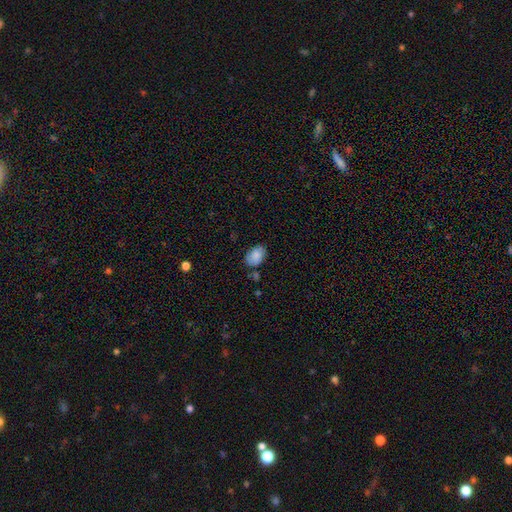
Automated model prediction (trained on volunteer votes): smooth-or-featured: smooth: 87% | star or artifact: 7% | featured or disk: 6%
  how-rounded: in between: 87% | round: 11% | cigar-shaped: 1%
  merging: none: 76% | minor disturbance: 17% | merger: 4% | major disturbance: 3%